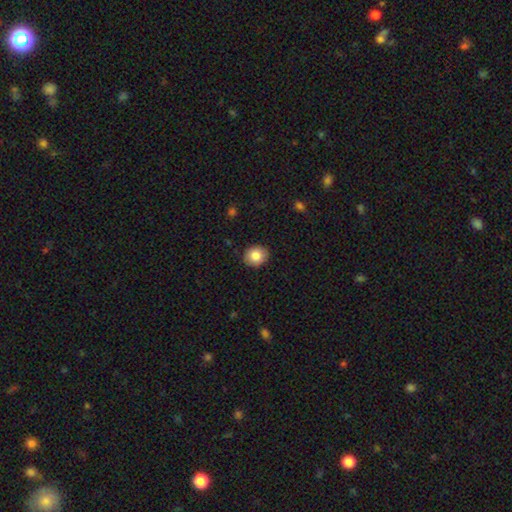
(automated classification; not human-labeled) This is clearly a smooth galaxy (84%). How rounded: likely round (68%). Merging: clearly none (89%).